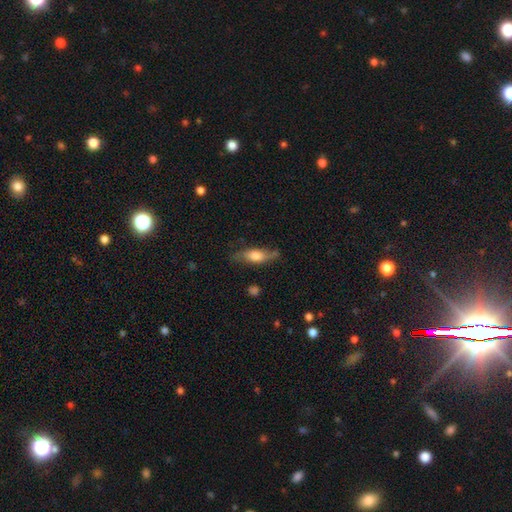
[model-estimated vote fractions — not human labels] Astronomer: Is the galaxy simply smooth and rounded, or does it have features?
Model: smooth — 58% (runner-up: featured or disk, 36%).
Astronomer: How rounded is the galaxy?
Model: in between — 50% (runner-up: cigar-shaped, 47%).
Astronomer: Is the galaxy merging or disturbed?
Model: none — 71%.